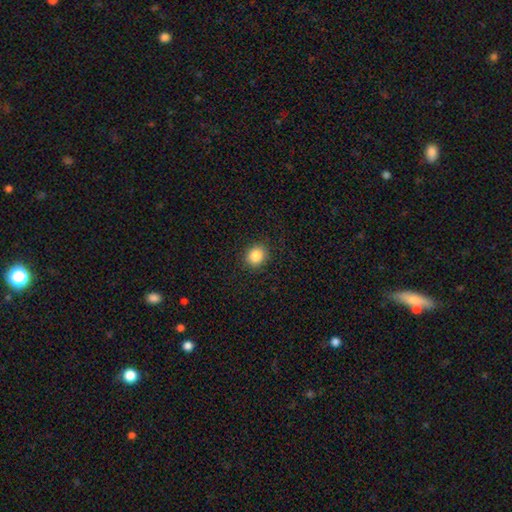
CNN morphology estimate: Smooth or featured? smooth (86%)
How rounded? round (75%)
Merging? none (90%)